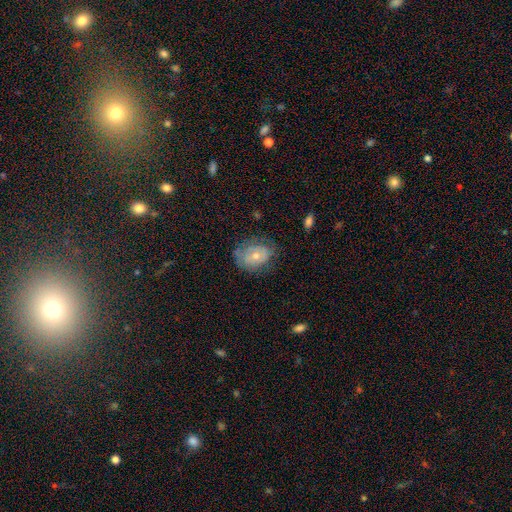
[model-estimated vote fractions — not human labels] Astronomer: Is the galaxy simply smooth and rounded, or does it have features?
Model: smooth — 49% (runner-up: featured or disk, 43%).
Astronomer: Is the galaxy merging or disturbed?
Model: none — 61%.